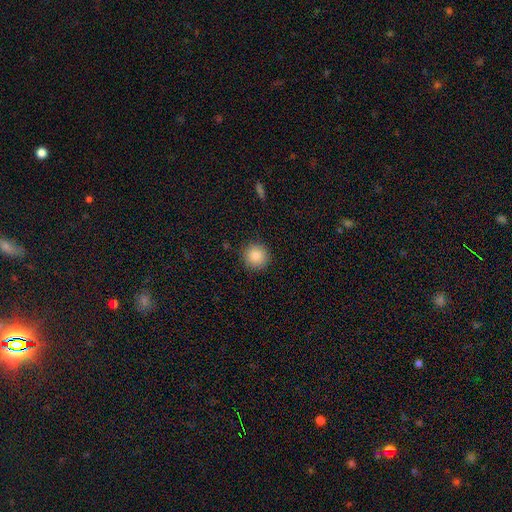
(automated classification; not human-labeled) Smooth or featured? Predicted: smooth (p=0.87). How rounded? Predicted: round (p=0.94). Merging? Predicted: none (p=0.90).